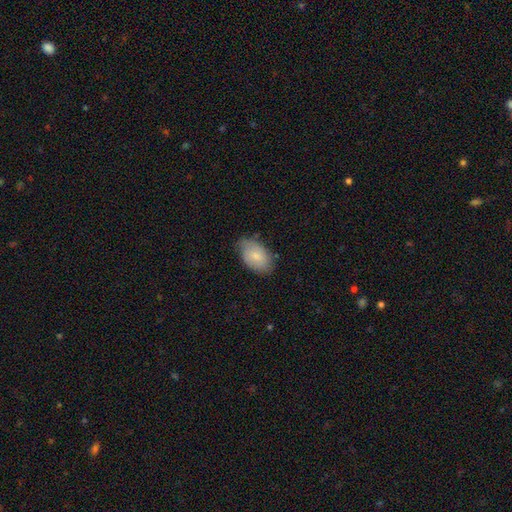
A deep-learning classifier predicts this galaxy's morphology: Smooth or featured? smooth (76%)
How rounded? in between (93%)
Merging? none (69%)